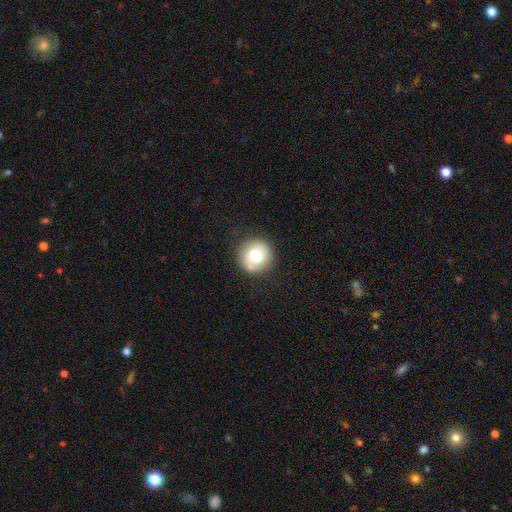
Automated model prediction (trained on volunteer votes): Q: Smooth or featured?
A: smooth (68%); runner-up: featured or disk (22%)
Q: How rounded?
A: round (93%); runner-up: in between (6%)
Q: Merging?
A: none (79%); runner-up: minor disturbance (12%)